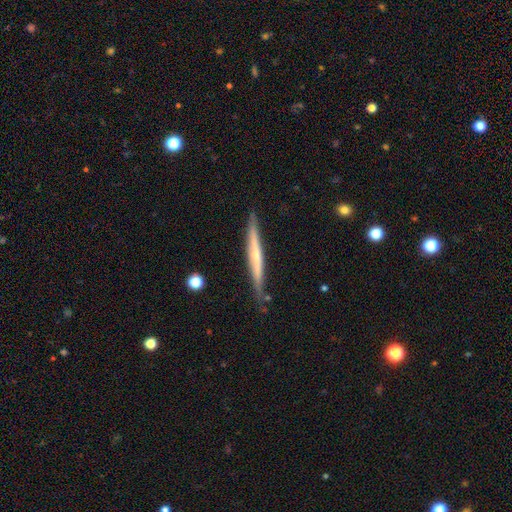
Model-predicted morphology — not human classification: Overall: featured or disk (61%; smooth 33%). Edge-on disk: yes (96%). Edge-on bulge: none (49%; rounded 46%). Merging: none (83%).